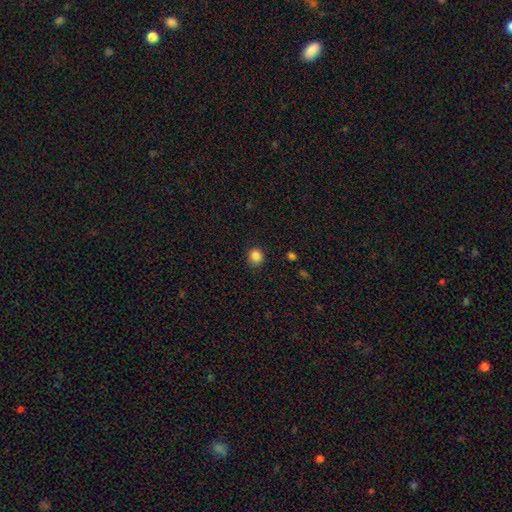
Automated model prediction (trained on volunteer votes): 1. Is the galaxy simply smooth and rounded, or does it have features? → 85% smooth, 11% star or artifact, 4% featured or disk.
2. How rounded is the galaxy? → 90% round, 9% in between, 1% cigar-shaped.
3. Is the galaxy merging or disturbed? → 88% none, 9% minor disturbance, 2% major disturbance, 1% merger.